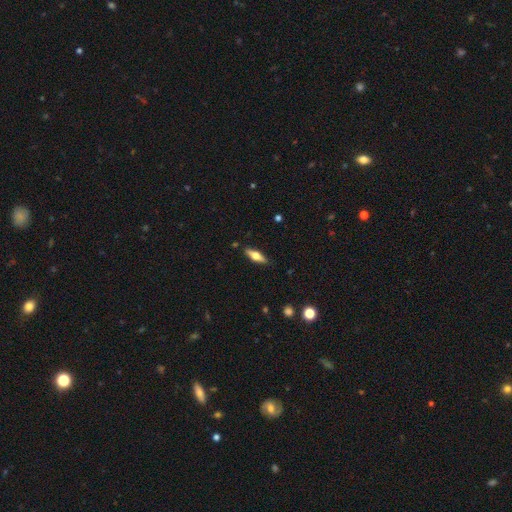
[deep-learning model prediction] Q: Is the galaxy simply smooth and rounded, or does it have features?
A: featured or disk — 49%.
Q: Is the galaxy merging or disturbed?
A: none — 87%.